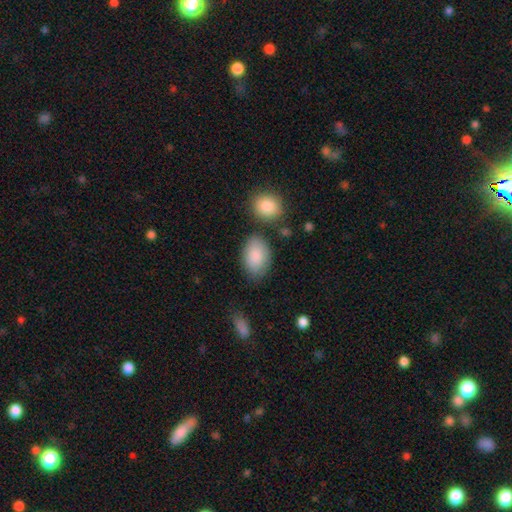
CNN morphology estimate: smooth-or-featured: smooth: 88% | featured or disk: 7% | star or artifact: 6%
  how-rounded: in between: 88% | round: 10% | cigar-shaped: 1%
  merging: none: 72% | minor disturbance: 16% | merger: 7% | major disturbance: 5%